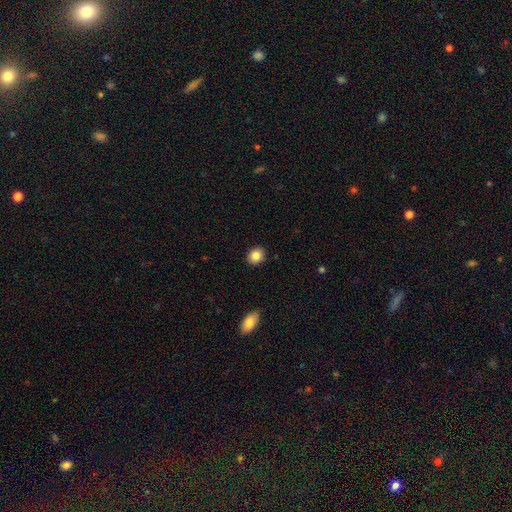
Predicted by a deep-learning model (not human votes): A smooth galaxy with no disk features (84%) that is round (66%).

Vote fractions:
- Smooth or featured? smooth: 84% / star or artifact: 9% / featured or disk: 7%
- How rounded? round: 66% / in between: 33% / cigar-shaped: 1%
- Merging? none: 90% / minor disturbance: 7% / major disturbance: 2% / merger: 1%